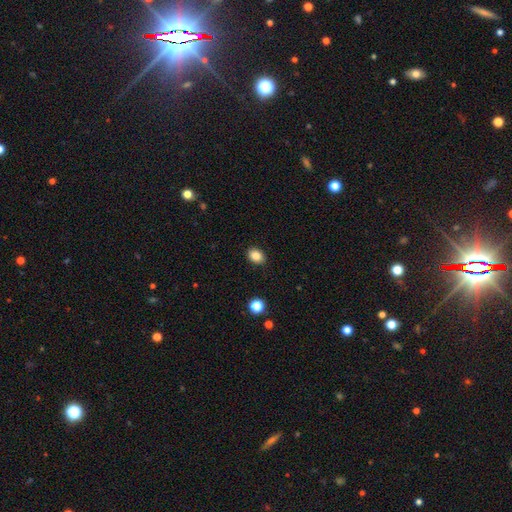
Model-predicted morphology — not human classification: Q: Smooth or featured?
A: smooth (86%); runner-up: star or artifact (10%)
Q: How rounded?
A: in between (61%); runner-up: round (38%)
Q: Merging?
A: none (90%); runner-up: minor disturbance (7%)